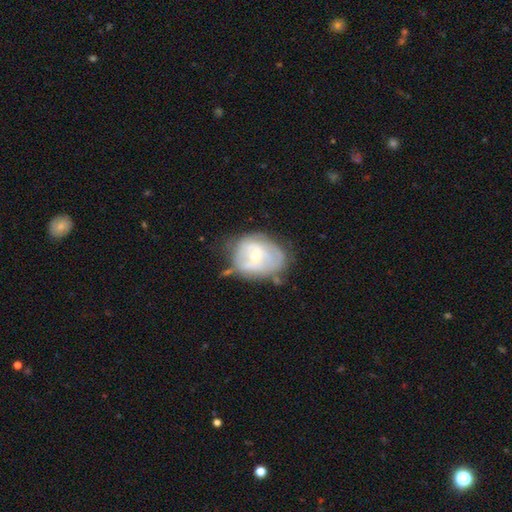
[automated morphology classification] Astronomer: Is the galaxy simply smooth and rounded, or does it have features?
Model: featured or disk — 62%.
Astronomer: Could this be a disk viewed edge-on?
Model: no — 96%.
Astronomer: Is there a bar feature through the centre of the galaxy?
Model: no — 56% (runner-up: weak, 34%).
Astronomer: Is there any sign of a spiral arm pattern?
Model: yes — 51% (runner-up: no, 49%).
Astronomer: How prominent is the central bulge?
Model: moderate — 50% (runner-up: small, 46%).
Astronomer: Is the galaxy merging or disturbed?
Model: none — 48% (runner-up: minor disturbance, 30%).